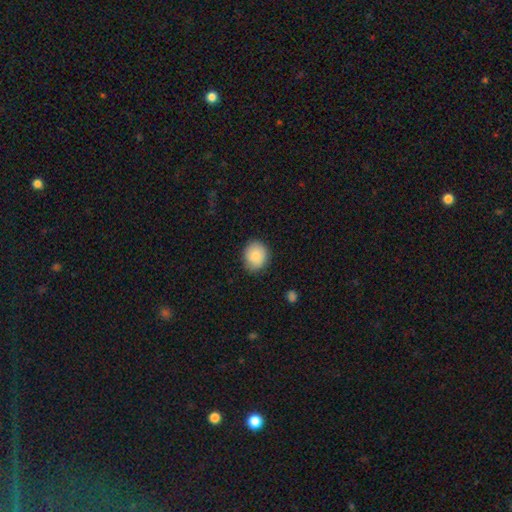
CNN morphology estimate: This appears to be a smooth galaxy with no disk features (86%) that is round (73%). Merging: none (85%).